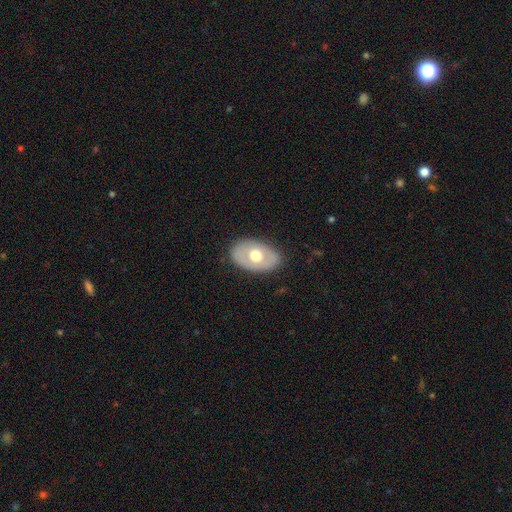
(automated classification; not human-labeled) Smooth or featured? smooth (52%)
How rounded? in between (84%)
Merging? none (83%)